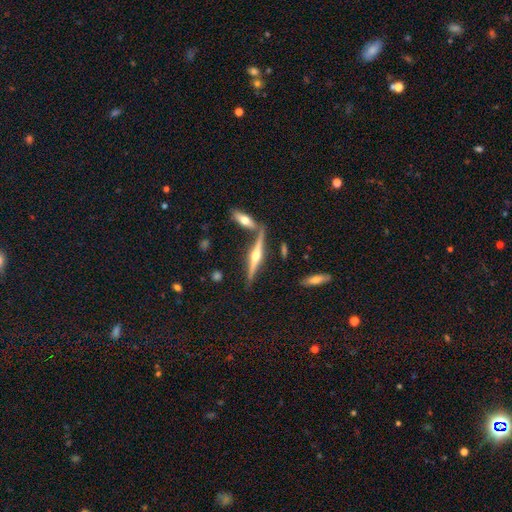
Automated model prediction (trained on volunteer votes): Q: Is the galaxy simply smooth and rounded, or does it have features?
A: featured or disk — 79%.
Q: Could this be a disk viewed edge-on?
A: yes — 98%.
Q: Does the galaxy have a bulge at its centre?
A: rounded — 94%.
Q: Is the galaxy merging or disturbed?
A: none — 76%.